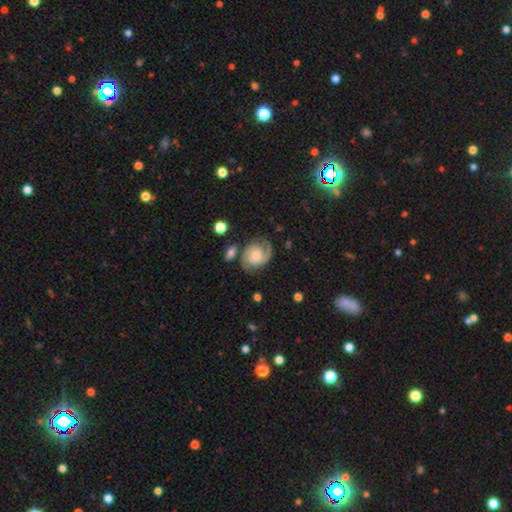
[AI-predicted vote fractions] Q: Smooth or featured?
A: featured or disk (81%); runner-up: smooth (13%)
Q: Edge-on disk?
A: no (98%); runner-up: yes (2%)
Q: Bar?
A: no (67%); runner-up: weak (28%)
Q: Spiral arms?
A: yes (97%); runner-up: no (3%)
Q: Spiral winding?
A: medium (46%); runner-up: tight (41%)
Q: Spiral arm count?
A: 2 (87%); runner-up: can't tell (5%)
Q: Bulge size?
A: small (46%); runner-up: moderate (30%)
Q: Merging?
A: none (69%); runner-up: minor disturbance (17%)